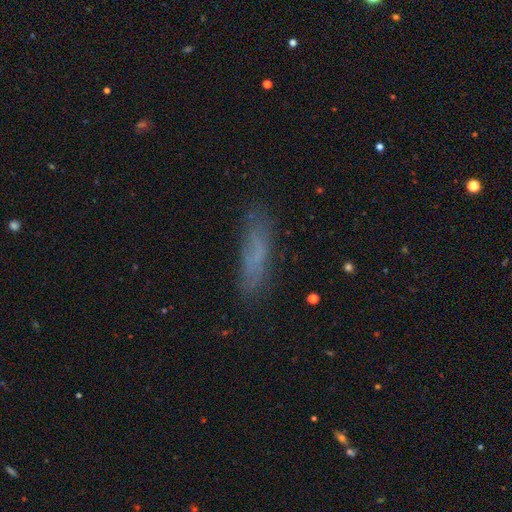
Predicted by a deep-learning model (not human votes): Overall: smooth (63%; featured or disk 24%). How rounded: cigar-shaped (71%). Merging: none (75%).